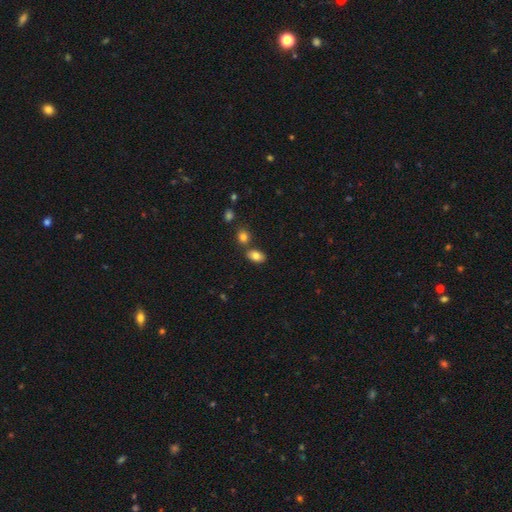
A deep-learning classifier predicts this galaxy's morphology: This is clearly a smooth galaxy (82%). How rounded: clearly in between (88%). Merging: likely none (71%).